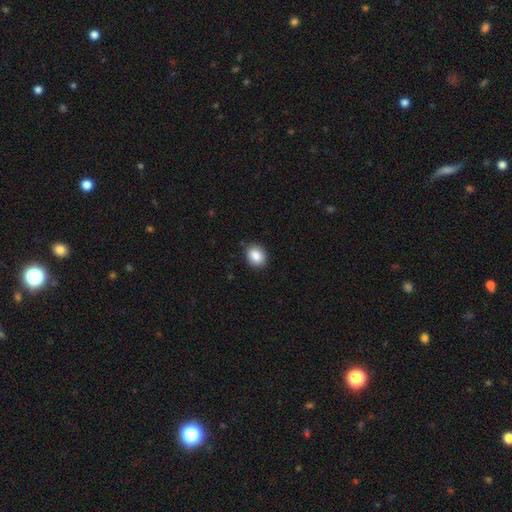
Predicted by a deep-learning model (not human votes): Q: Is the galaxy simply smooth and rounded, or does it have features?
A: smooth — 87%.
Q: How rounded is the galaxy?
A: in between — 60%.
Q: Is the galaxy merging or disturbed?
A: none — 86%.